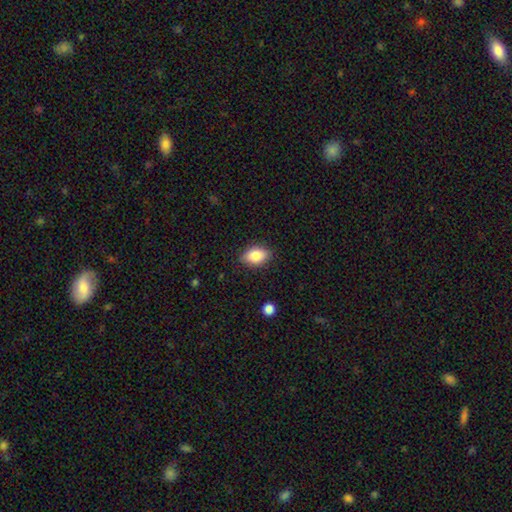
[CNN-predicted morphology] type=smooth (84%); roundness=in between (85%); merging=none (84%).